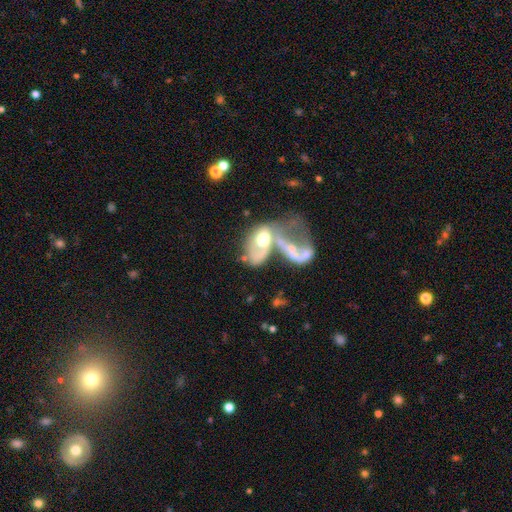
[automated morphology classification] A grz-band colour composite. It shows a featured or disk galaxy (54%) with no bar (79%), no spiral arms (67%) and a moderate central bulge (55%). Merging: merger (61%).